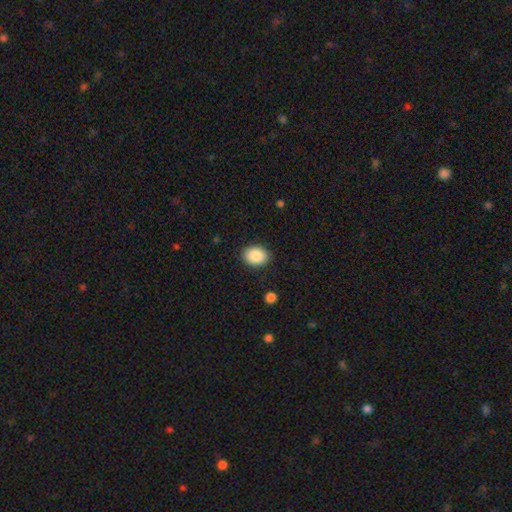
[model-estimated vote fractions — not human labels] Smooth or featured?
  - smooth: 88% *
  - star or artifact: 7%
  - featured or disk: 5%
How rounded?
  - in between: 67% *
  - round: 32%
  - cigar-shaped: 1%
Merging?
  - none: 88% *
  - minor disturbance: 8%
  - major disturbance: 2%
  - merger: 1%